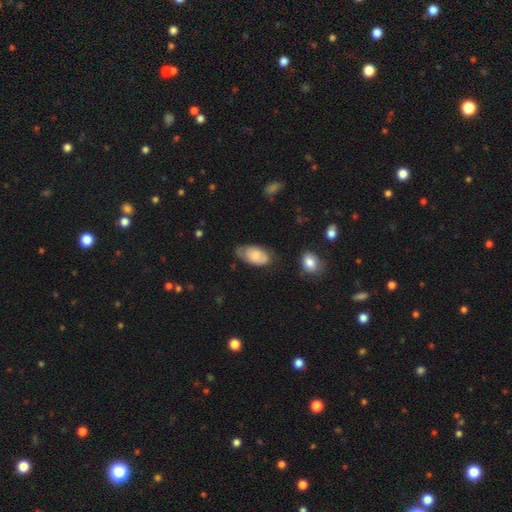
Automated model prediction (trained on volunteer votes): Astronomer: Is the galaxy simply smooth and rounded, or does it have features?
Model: smooth — 66%.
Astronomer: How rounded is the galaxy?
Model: in between — 94%.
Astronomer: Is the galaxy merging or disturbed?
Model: none — 56% (runner-up: minor disturbance, 32%).